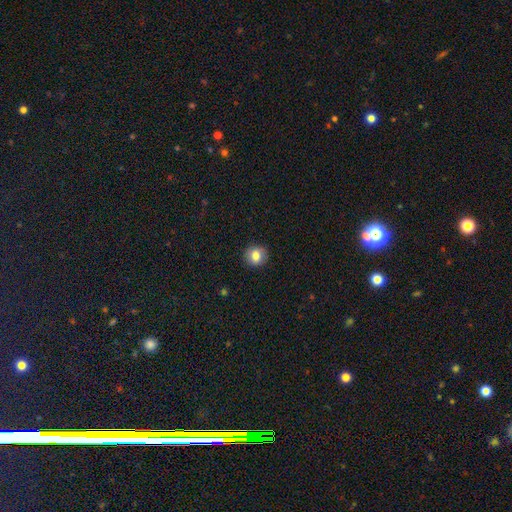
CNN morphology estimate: Q: Smooth or featured?
A: smooth (80%); runner-up: featured or disk (11%)
Q: How rounded?
A: round (85%); runner-up: in between (14%)
Q: Merging?
A: none (90%); runner-up: minor disturbance (7%)